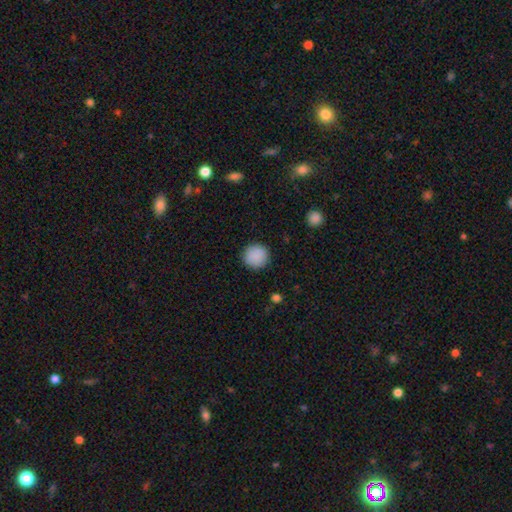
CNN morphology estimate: Smooth or featured? smooth (90%)
How rounded? round (95%)
Merging? none (91%)